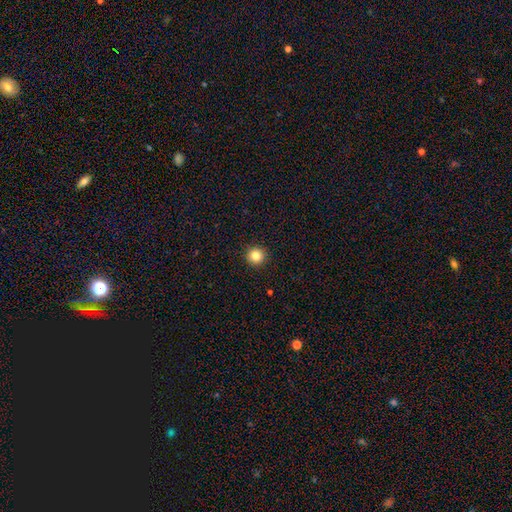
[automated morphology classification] A smooth galaxy with no disk features (83%) that is round (95%). Merging: none (93%).